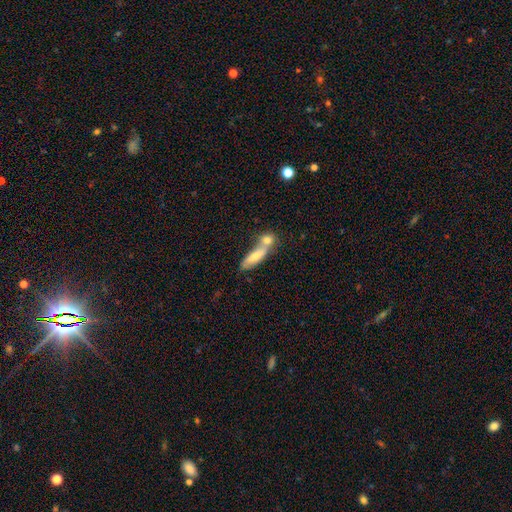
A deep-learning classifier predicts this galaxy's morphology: Smooth or featured: smooth — 61% (featured or disk — 31%)
How rounded: cigar-shaped — 60% (in between — 36%)
Merging: merger — 48% (none — 36%)